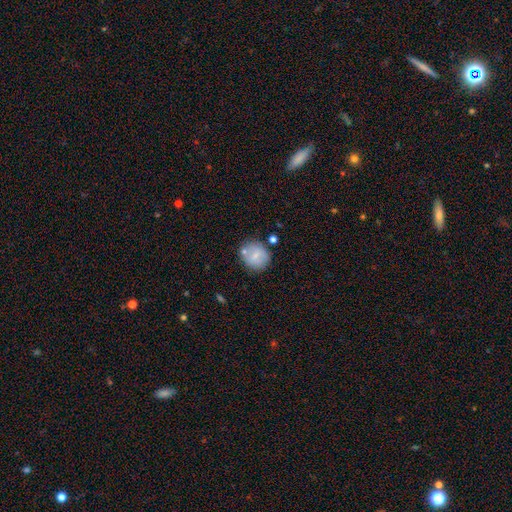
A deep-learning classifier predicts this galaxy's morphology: type=smooth (70%); roundness=round (81%); merging=none (70%).